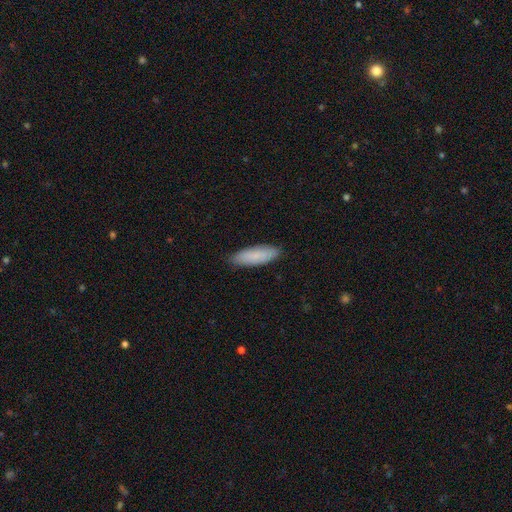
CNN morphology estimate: A smooth galaxy with no disk features (85%) that is in between round and cigar-shaped (55%).

Vote fractions:
- Smooth or featured? smooth: 85% / featured or disk: 9% / star or artifact: 6%
- How rounded? in between: 55% / cigar-shaped: 43% / round: 2%
- Merging? none: 87% / minor disturbance: 10% / major disturbance: 2% / merger: 1%